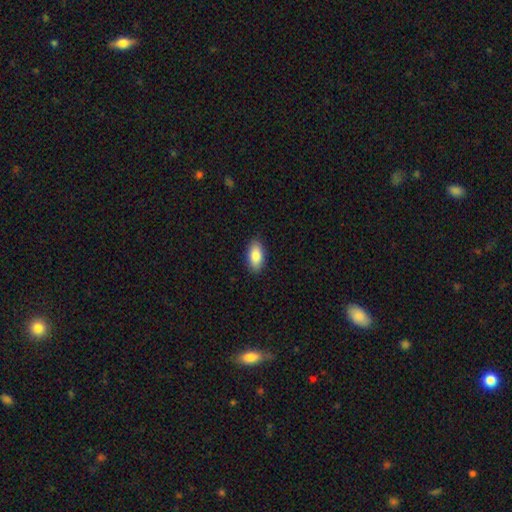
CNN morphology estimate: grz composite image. It shows a smooth galaxy with no disk features (86%) that is in between round and cigar-shaped (92%). Merging: none (89%).